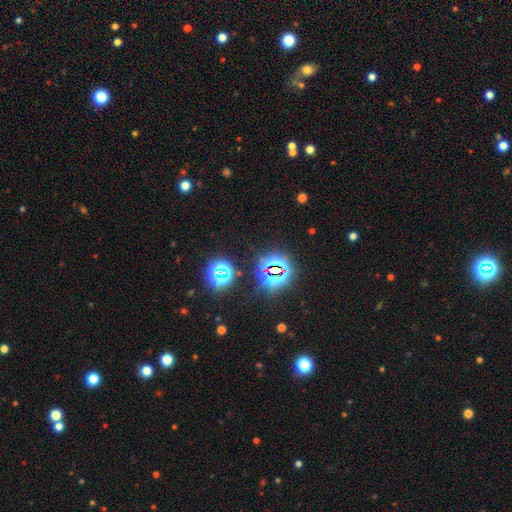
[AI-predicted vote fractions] Overall: star or artifact (78%).